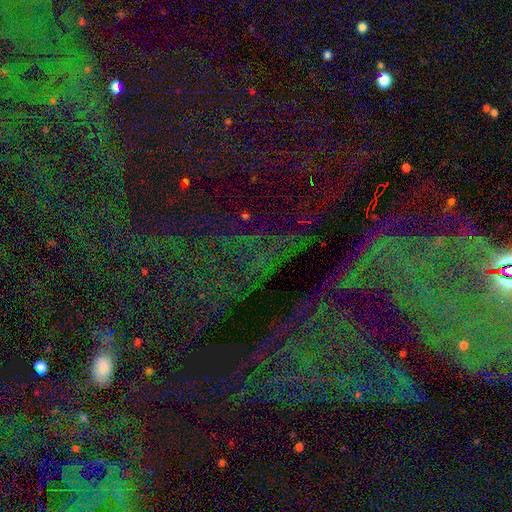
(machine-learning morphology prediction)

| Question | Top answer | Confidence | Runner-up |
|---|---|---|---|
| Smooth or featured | star or artifact | 80% | smooth (11%) |